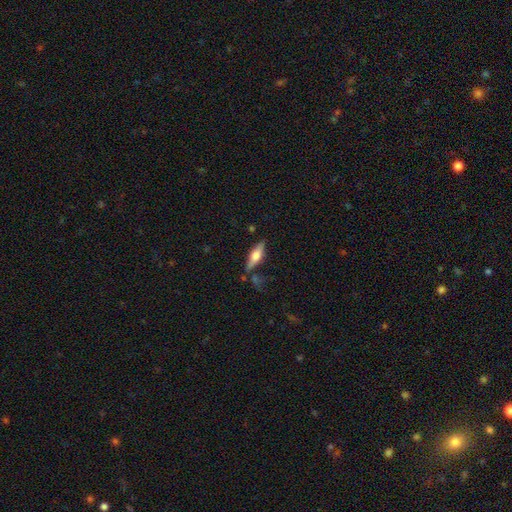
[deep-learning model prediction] A featured or disk galaxy (53%) viewed edge-on (91%). Merging: none (74%).